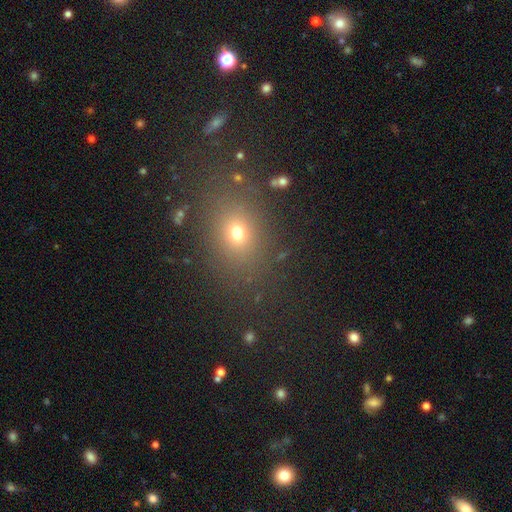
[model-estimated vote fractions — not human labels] A smooth galaxy with no disk features (58%) that is in between round and cigar-shaped (54%).

Vote fractions:
- Smooth or featured? smooth: 58% / star or artifact: 32% / featured or disk: 10%
- How rounded? in between: 54% / round: 43% / cigar-shaped: 2%
- Merging? none: 86% / minor disturbance: 8% / major disturbance: 4% / merger: 2%